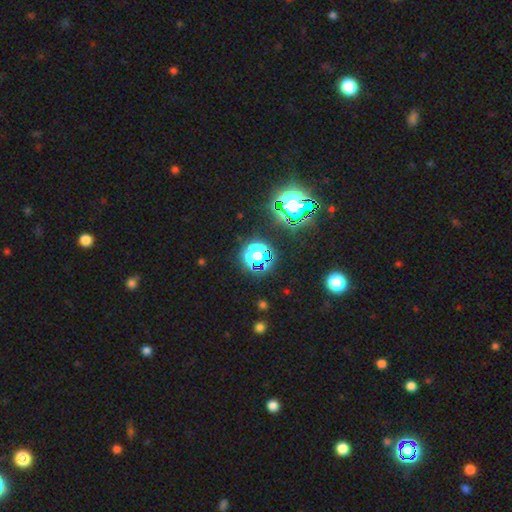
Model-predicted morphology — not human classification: Smooth or featured? star or artifact (59%)